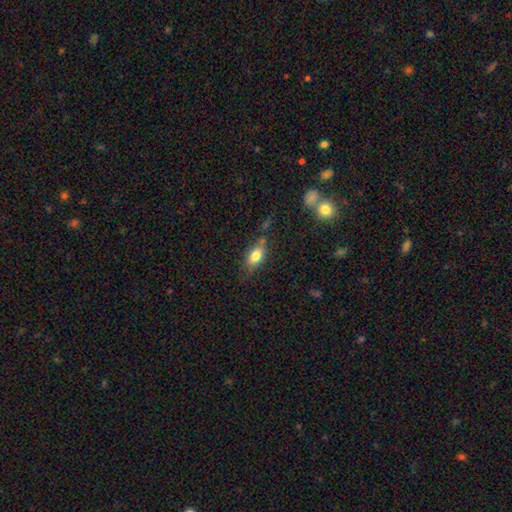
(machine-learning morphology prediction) smooth_or_featured: smooth (p=0.74) [alt: featured or disk p=0.18]
how_rounded: in between (p=0.82) [alt: cigar-shaped p=0.10]
merging: none (p=0.63) [alt: minor disturbance p=0.22]